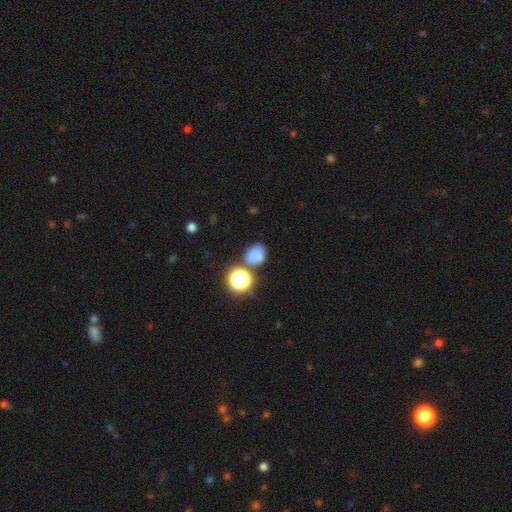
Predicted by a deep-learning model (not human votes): Smooth or featured: smooth — 69% (star or artifact — 21%)
How rounded: in between — 58% (round — 41%)
Merging: none — 54% (merger — 19%)